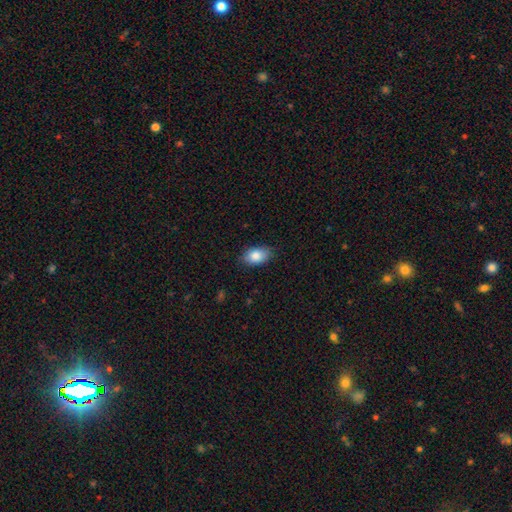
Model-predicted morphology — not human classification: Smooth or featured: smooth — 86% (featured or disk — 7%)
How rounded: in between — 91% (round — 7%)
Merging: none — 83% (minor disturbance — 14%)